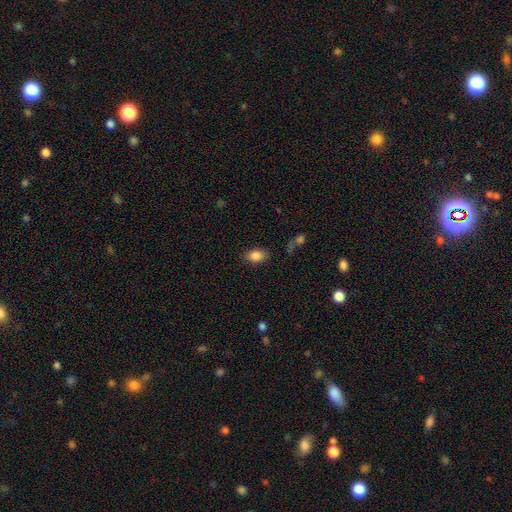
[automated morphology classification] type=smooth (86%); roundness=in between (81%); merging=none (82%).